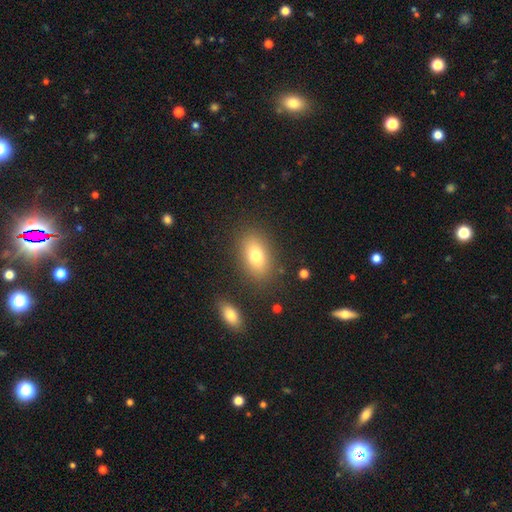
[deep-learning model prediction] smooth-or-featured: smooth: 77% | featured or disk: 14% | star or artifact: 10%
  how-rounded: in between: 86% | round: 11% | cigar-shaped: 3%
  merging: none: 83% | minor disturbance: 10% | major disturbance: 4% | merger: 3%